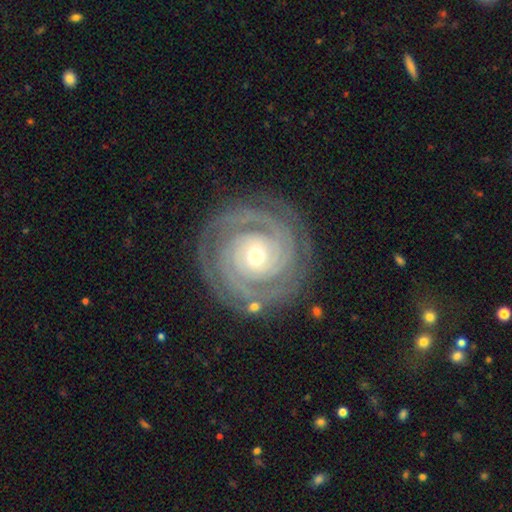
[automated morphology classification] type=featured or disk (91%); edge-on=no (98%); bar=no (71%); spiral arms=yes (98%); winding=tight (87%); arm count=2 (34%); bulge=small (50%); merging=none (84%).